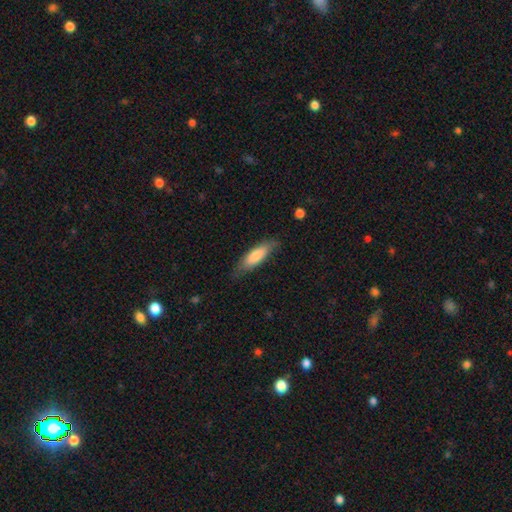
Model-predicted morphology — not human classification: The model was most divided on "how rounded": cigar-shaped: 53%, in between: 45%, round: 2%. More confident: smooth or featured — smooth (76%); merging — none (74%).